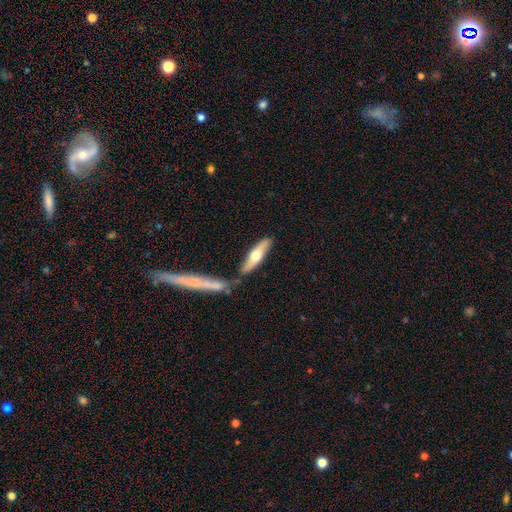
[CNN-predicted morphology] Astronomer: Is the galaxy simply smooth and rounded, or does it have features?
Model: smooth — 53% (runner-up: featured or disk, 42%).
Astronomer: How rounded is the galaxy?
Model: cigar-shaped — 71%.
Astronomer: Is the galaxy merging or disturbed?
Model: none — 71%.